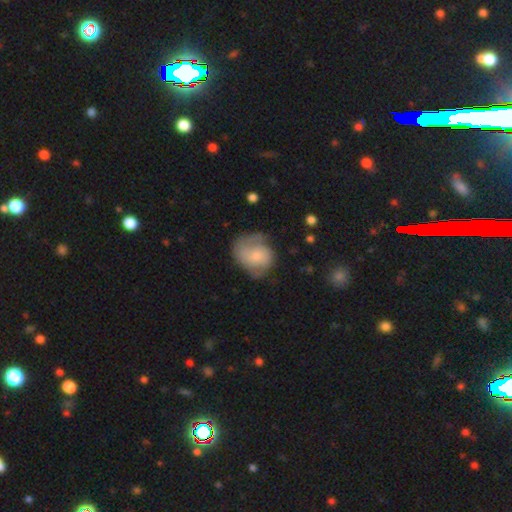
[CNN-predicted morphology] Smooth or featured: smooth — 48% (featured or disk — 45%)
Merging: none — 43% (minor disturbance — 31%)